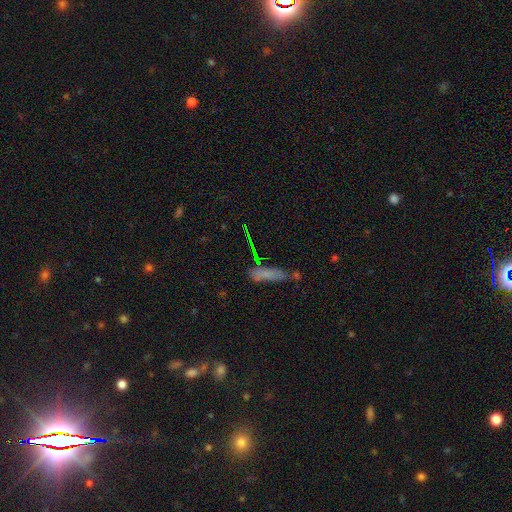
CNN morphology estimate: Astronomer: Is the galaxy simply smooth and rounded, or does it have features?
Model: smooth — 63%.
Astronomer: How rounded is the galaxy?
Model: cigar-shaped — 69%.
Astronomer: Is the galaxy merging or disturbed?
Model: none — 60%.